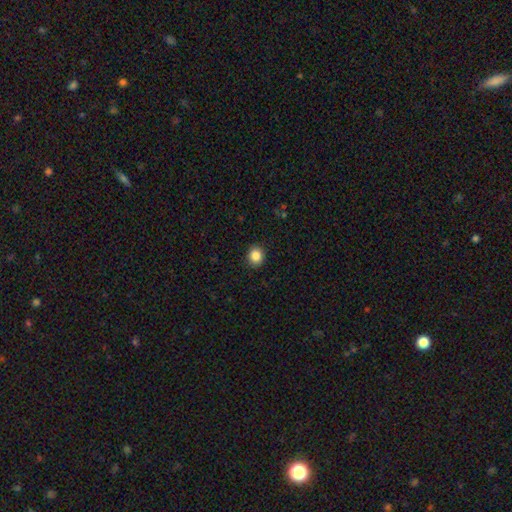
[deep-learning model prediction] Smooth or featured?
  - smooth: 86% *
  - star or artifact: 10%
  - featured or disk: 4%
How rounded?
  - round: 78% *
  - in between: 21%
  - cigar-shaped: 1%
Merging?
  - none: 91% *
  - minor disturbance: 6%
  - major disturbance: 2%
  - merger: 1%